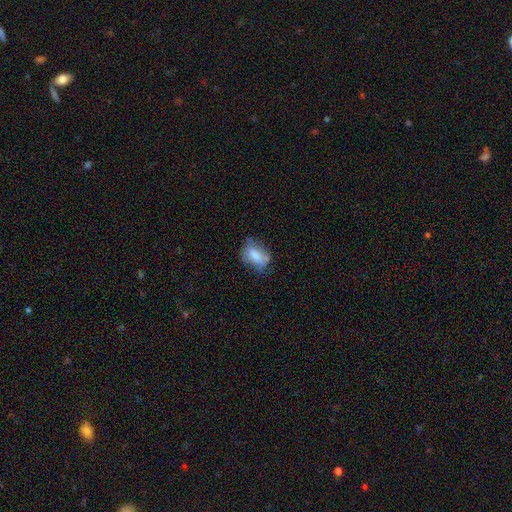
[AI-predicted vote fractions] smooth_or_featured: smooth (p=0.70) [alt: featured or disk p=0.21]
how_rounded: in between (p=0.84) [alt: round p=0.13]
merging: none (p=0.49) [alt: minor disturbance p=0.32]